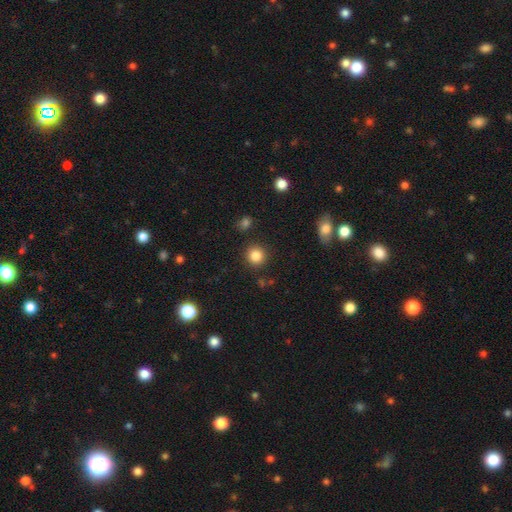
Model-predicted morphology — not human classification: This is clearly a smooth galaxy (84%). How rounded: clearly round (92%). Merging: clearly none (88%).